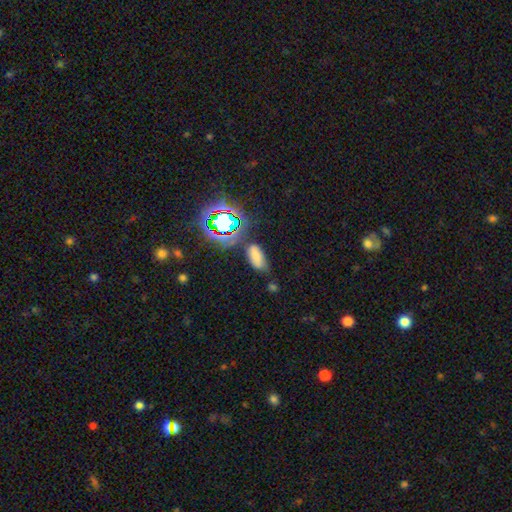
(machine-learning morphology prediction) The model was most divided on "merging": none: 66%, minor disturbance: 22%, major disturbance: 7%, merger: 5%. More confident: how rounded — in between (90%); smooth or featured — smooth (67%).